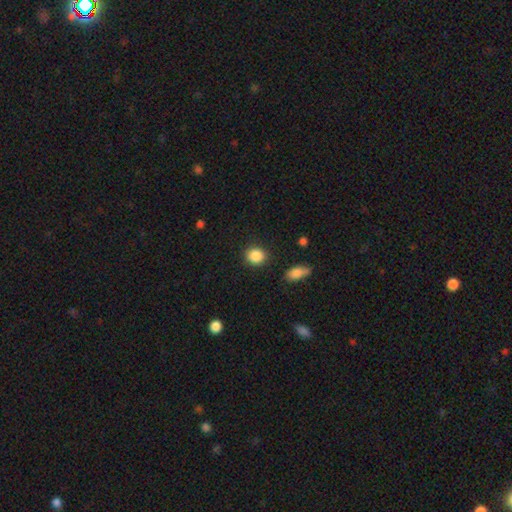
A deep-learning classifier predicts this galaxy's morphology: A smooth galaxy with no disk features (88%) that is round (76%). Merging: none (87%).